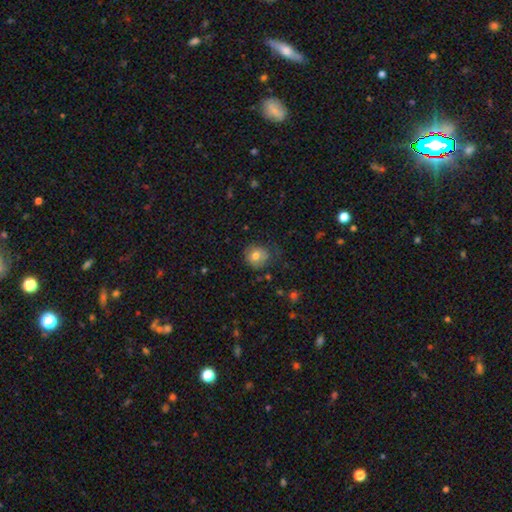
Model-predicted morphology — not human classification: Smooth or featured? smooth (76%)
How rounded? round (82%)
Merging? none (66%)